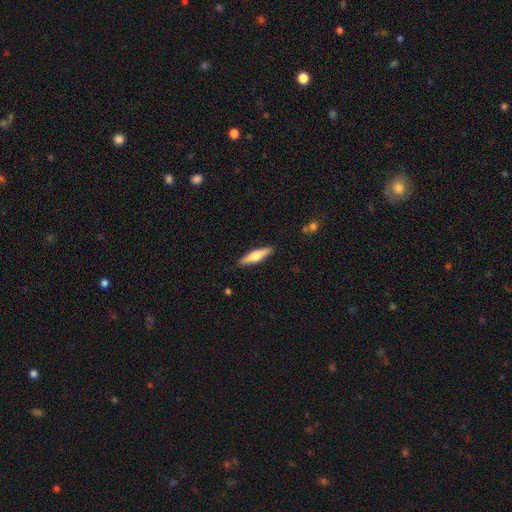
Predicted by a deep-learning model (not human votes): Smooth or featured? Predicted: smooth (p=0.53). How rounded? Predicted: cigar-shaped (p=0.72). Merging? Predicted: none (p=0.89).